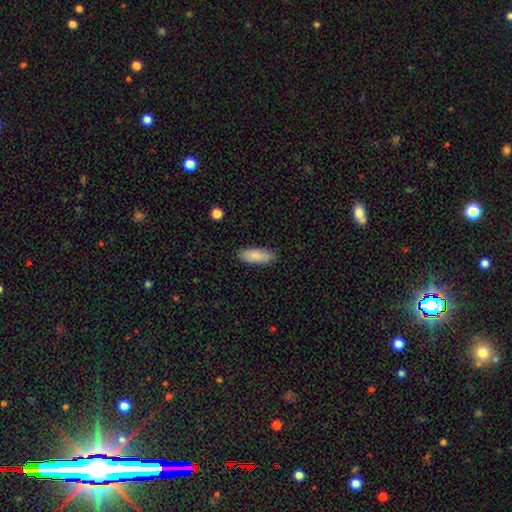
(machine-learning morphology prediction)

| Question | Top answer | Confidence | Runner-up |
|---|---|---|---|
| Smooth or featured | smooth | 85% | featured or disk (9%) |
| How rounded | in between | 75% | cigar-shaped (23%) |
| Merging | none | 86% | minor disturbance (11%) |